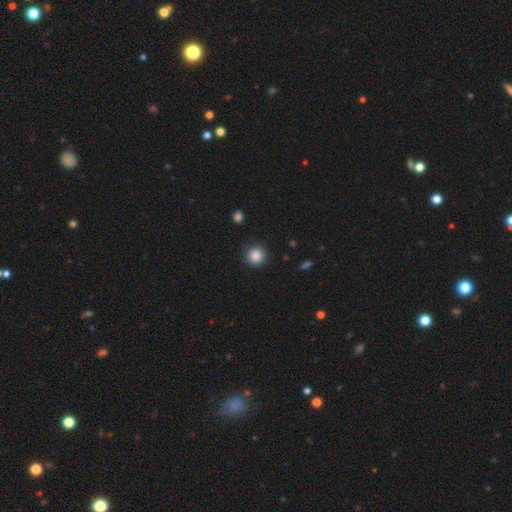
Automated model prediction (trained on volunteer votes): smooth 87%, star or artifact 10%, featured or disk 3%. Down the decision tree: how rounded — round (95%); merging — none (89%).